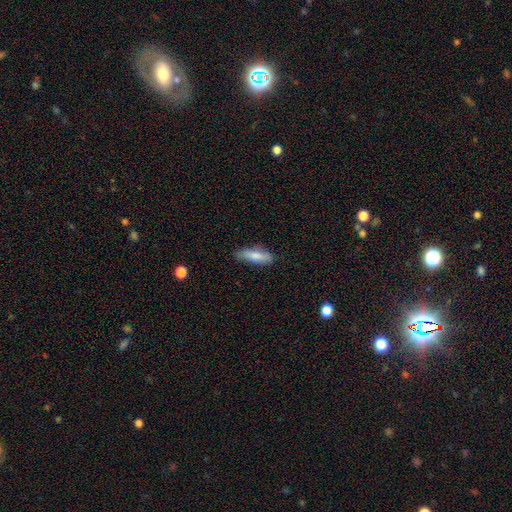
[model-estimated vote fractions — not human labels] Smooth or featured?
  - smooth: 77% *
  - featured or disk: 17%
  - star or artifact: 6%
How rounded?
  - in between: 52% *
  - cigar-shaped: 46%
  - round: 2%
Merging?
  - none: 73% *
  - minor disturbance: 21%
  - major disturbance: 4%
  - merger: 2%